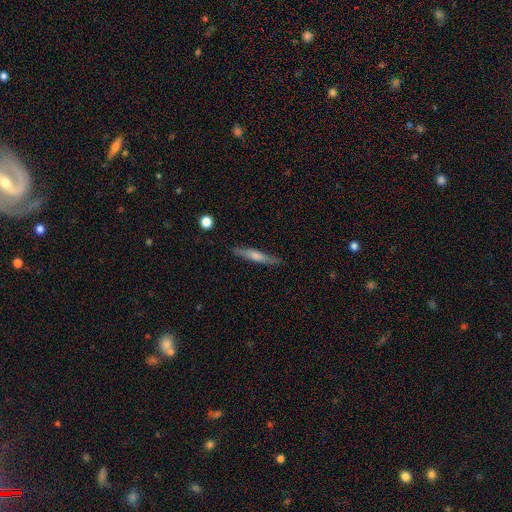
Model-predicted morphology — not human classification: Smooth or featured? Predicted: smooth (p=0.51). How rounded? Predicted: cigar-shaped (p=0.91). Merging? Predicted: none (p=0.85).